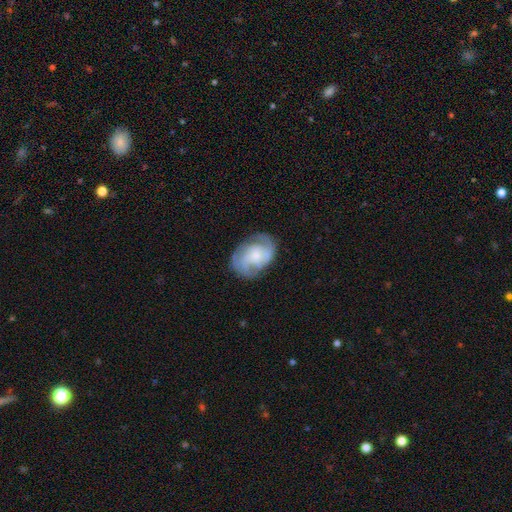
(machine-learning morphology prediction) Q: Smooth or featured?
A: featured or disk (71%); runner-up: smooth (23%)
Q: Edge-on disk?
A: no (97%); runner-up: yes (3%)
Q: Bar?
A: no (67%); runner-up: weak (28%)
Q: Spiral arms?
A: yes (88%); runner-up: no (12%)
Q: Spiral winding?
A: medium (45%); runner-up: tight (36%)
Q: Spiral arm count?
A: 2 (55%); runner-up: can't tell (20%)
Q: Bulge size?
A: small (49%); runner-up: moderate (33%)
Q: Merging?
A: none (69%); runner-up: minor disturbance (20%)